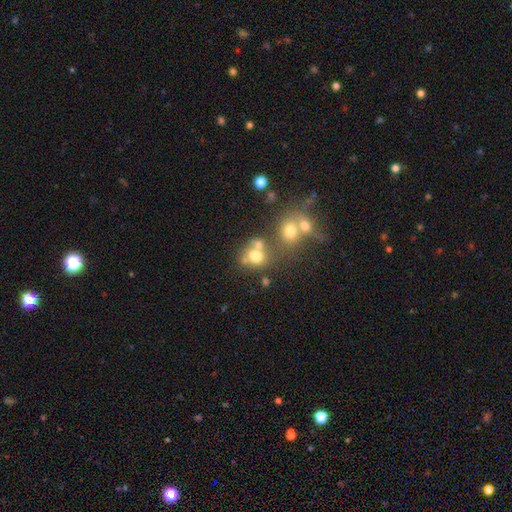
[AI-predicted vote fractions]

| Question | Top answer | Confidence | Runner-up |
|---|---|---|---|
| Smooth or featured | smooth | 69% | star or artifact (15%) |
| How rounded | round | 72% | in between (27%) |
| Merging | merger | 42% | none (41%) |